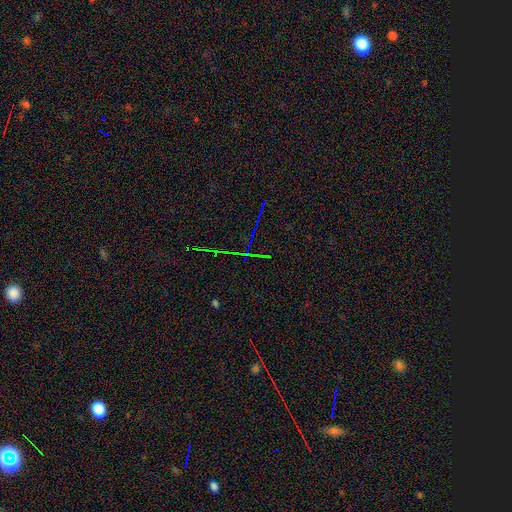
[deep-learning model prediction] smooth_or_featured: star or artifact (p=0.81) [alt: smooth p=0.10]